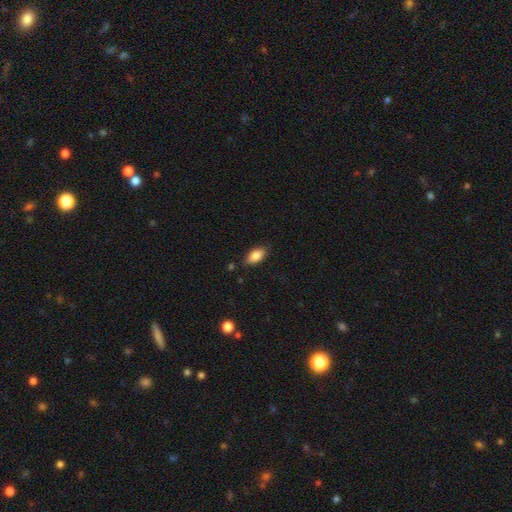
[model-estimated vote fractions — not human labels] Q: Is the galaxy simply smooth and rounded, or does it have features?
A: smooth — 86%.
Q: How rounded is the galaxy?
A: in between — 91%.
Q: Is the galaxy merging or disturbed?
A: none — 83%.